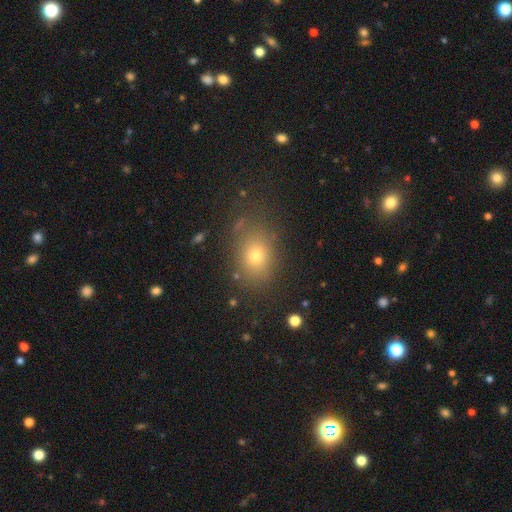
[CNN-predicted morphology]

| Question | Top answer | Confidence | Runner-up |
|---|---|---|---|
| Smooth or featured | smooth | 73% | star or artifact (16%) |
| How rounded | in between | 63% | round (36%) |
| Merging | none | 78% | minor disturbance (13%) |